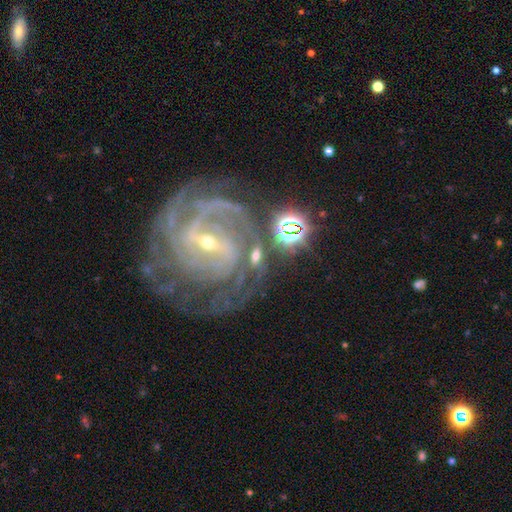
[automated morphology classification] featured or disk 69%, star or artifact 17%, smooth 15%. Down the decision tree: edge-on disk — no (91%); bar — strong (47%); spiral arms — yes (84%); spiral arm count — 2 (38%); spiral winding — tight (47%); bulge size — small (47%); merging — none (48%).